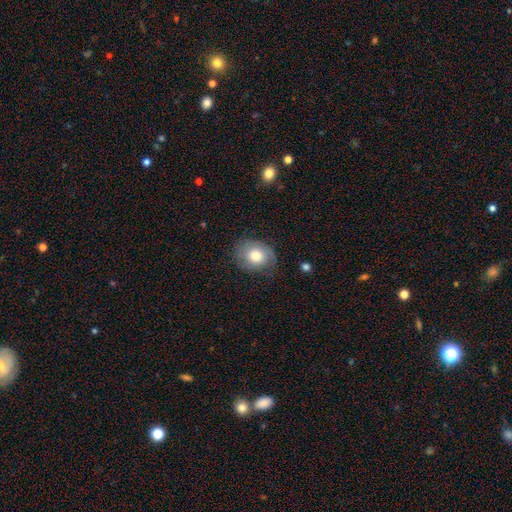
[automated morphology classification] A smooth galaxy with no disk features (69%) that is in between round and cigar-shaped (50%).

Vote fractions:
- Smooth or featured? smooth: 69% / featured or disk: 23% / star or artifact: 8%
- How rounded? in between: 50% / round: 49% / cigar-shaped: 1%
- Merging? none: 68% / minor disturbance: 23% / major disturbance: 8% / merger: 1%